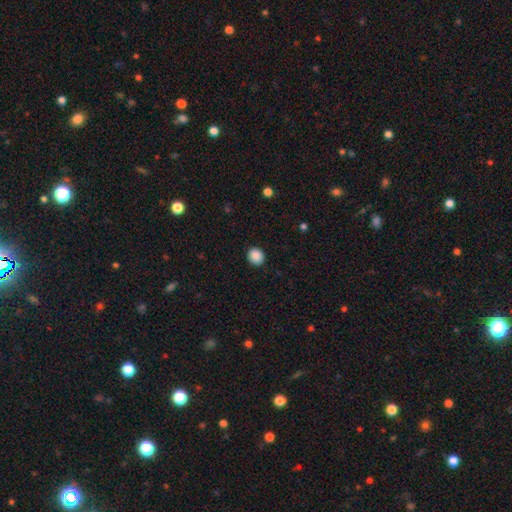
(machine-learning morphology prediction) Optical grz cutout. It shows a smooth galaxy with no disk features (88%) that is round (75%). Merging: none (91%).